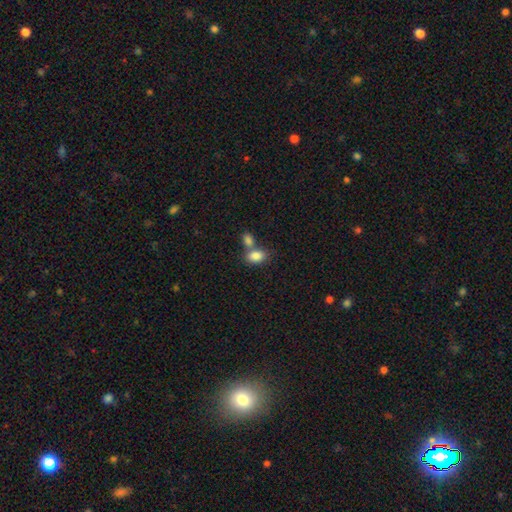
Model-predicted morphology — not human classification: A smooth galaxy with no disk features (85%) that is in between round and cigar-shaped (83%). Merging: merger (46%).